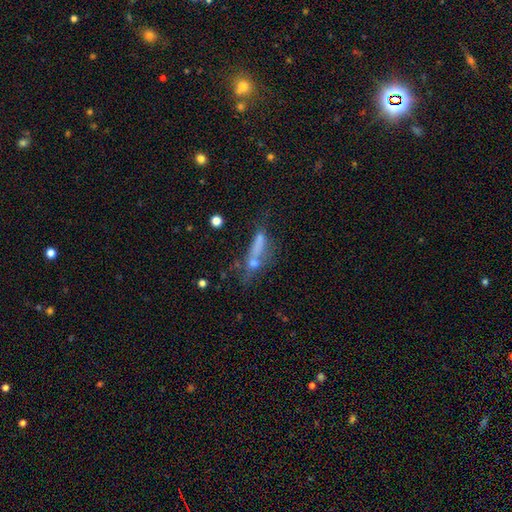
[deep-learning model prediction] smooth 43%, featured or disk 34%, star or artifact 23%. Down the decision tree: merging — none (36%).